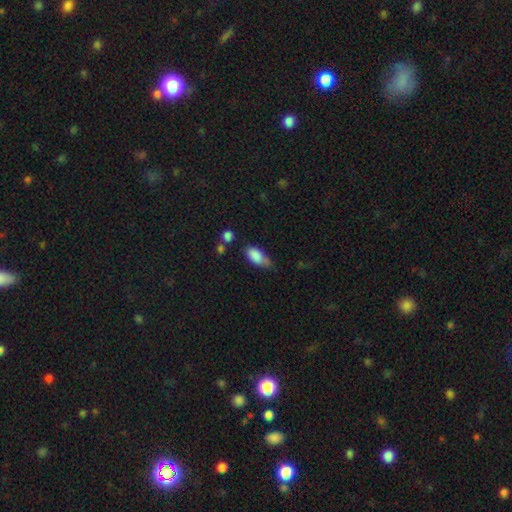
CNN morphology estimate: A smooth galaxy with no disk features (85%) that is in between round and cigar-shaped (90%). Merging: minor disturbance (44%).